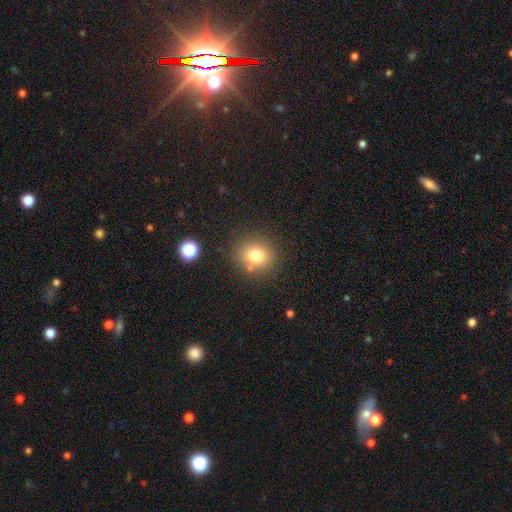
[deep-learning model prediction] This is likely a smooth galaxy (76%). How rounded: clearly round (82%). Merging: likely none (80%).